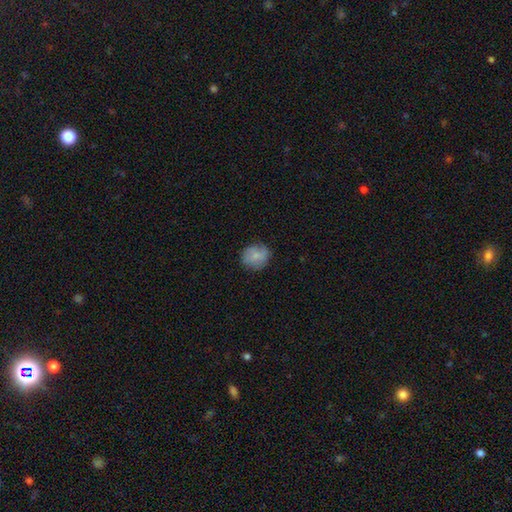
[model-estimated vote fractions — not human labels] This is likely a smooth galaxy (76%). How rounded: likely round (76%). Merging: likely none (74%).